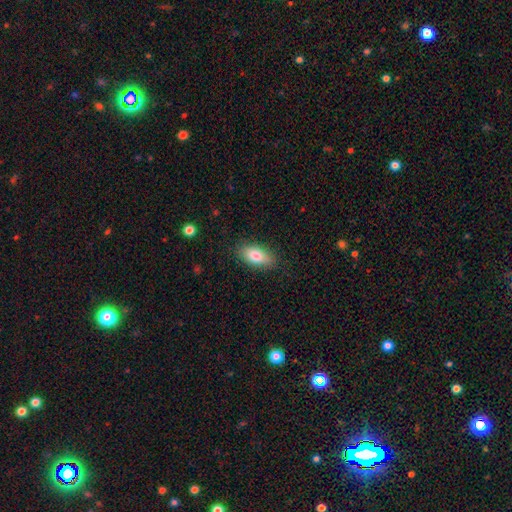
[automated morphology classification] smooth_or_featured: smooth (p=0.81) [alt: featured or disk p=0.12]
how_rounded: in between (p=0.88) [alt: cigar-shaped p=0.09]
merging: none (p=0.86) [alt: minor disturbance p=0.10]